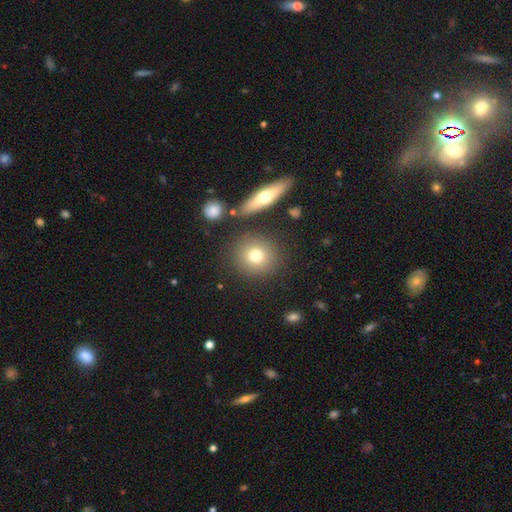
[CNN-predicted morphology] A smooth galaxy with no disk features (75%) that is round (87%). Merging: none (83%).